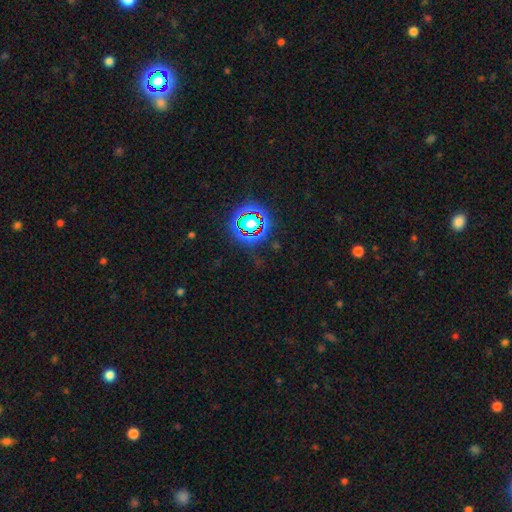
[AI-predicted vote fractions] Morphology: type=star or artifact (78%).